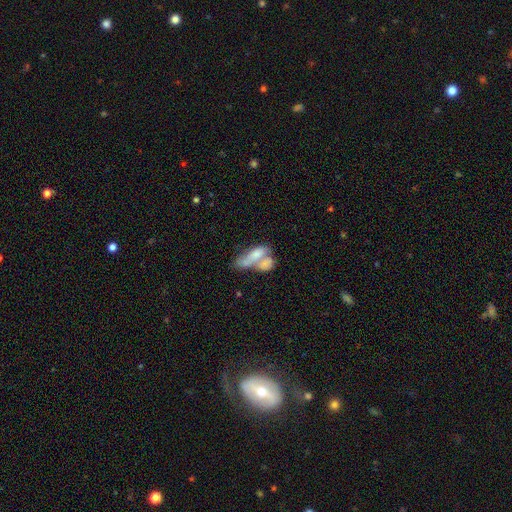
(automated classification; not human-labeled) Smooth or featured? smooth (60%)
How rounded? in between (75%)
Merging? merger (68%)